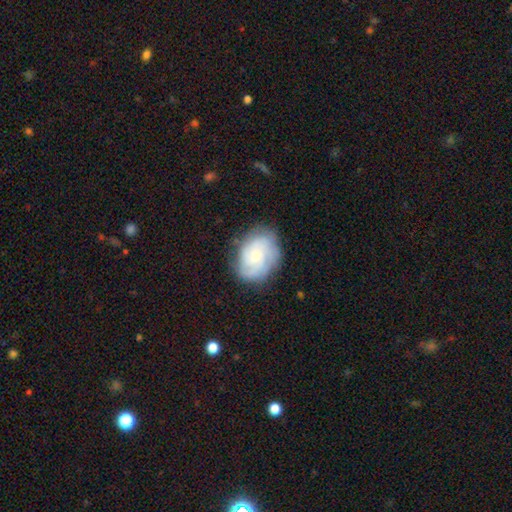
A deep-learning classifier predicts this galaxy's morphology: Smooth or featured: featured or disk — 69% (smooth — 25%)
Edge-on disk: no — 97% (yes — 3%)
Bar: no — 76% (weak — 21%)
Spiral arms: yes — 92% (no — 8%)
Spiral winding: tight — 57% (medium — 33%)
Spiral arm count: can't tell — 34% (3 — 28%)
Bulge size: small — 60% (moderate — 35%)
Merging: none — 75% (minor disturbance — 18%)